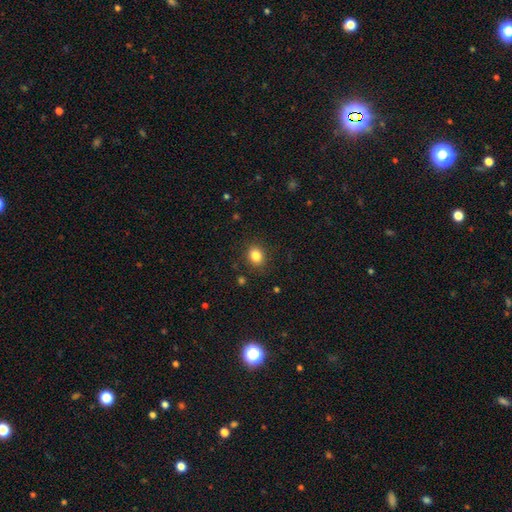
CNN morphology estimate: Q: Smooth or featured?
A: smooth (84%); runner-up: star or artifact (11%)
Q: How rounded?
A: round (56%); runner-up: in between (43%)
Q: Merging?
A: none (87%); runner-up: minor disturbance (9%)